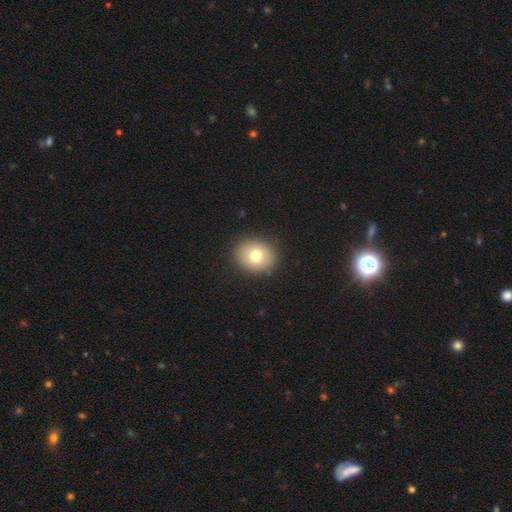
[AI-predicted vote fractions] Morphology: type=smooth (74%); roundness=round (64%); merging=none (89%).